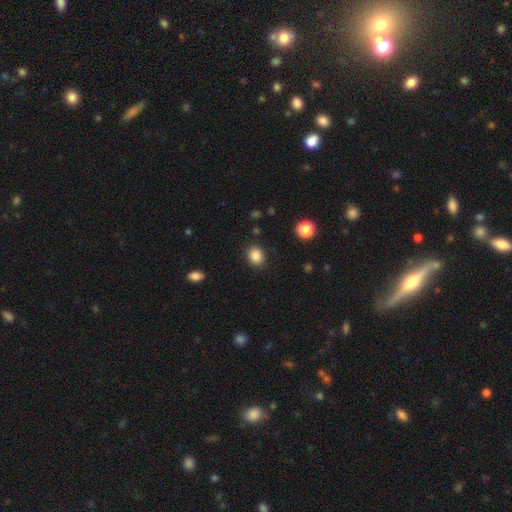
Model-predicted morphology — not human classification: This appears to be a smooth galaxy with no disk features (86%) that is round (61%). Merging: none (88%).